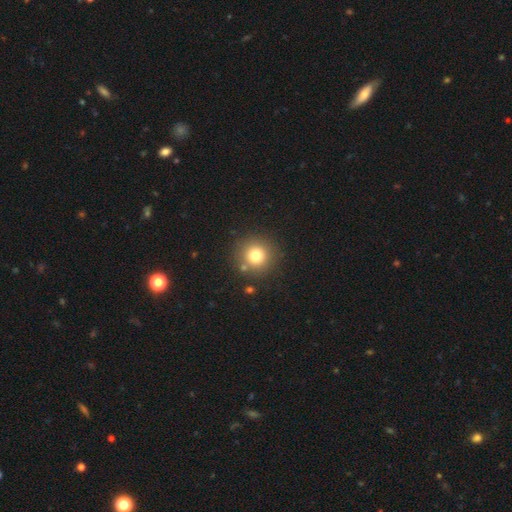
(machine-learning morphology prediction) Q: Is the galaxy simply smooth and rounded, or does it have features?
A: smooth — 77%.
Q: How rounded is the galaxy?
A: round — 94%.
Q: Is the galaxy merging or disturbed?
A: none — 84%.